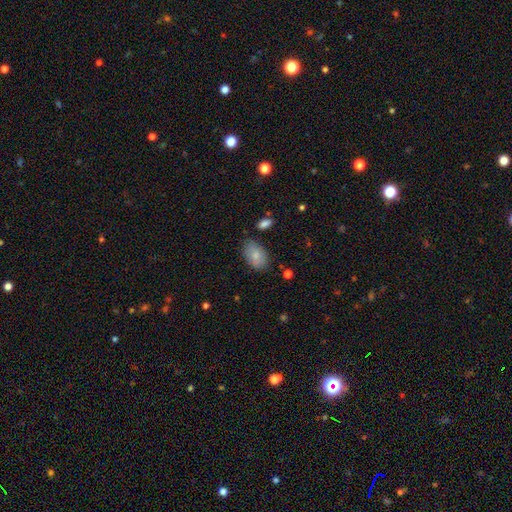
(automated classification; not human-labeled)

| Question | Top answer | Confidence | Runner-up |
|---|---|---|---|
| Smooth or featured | smooth | 80% | featured or disk (13%) |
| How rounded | in between | 91% | round (7%) |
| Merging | none | 76% | minor disturbance (17%) |